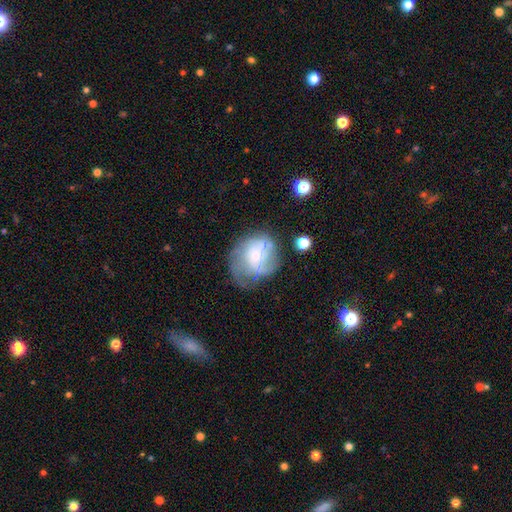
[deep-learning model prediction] Morphology: type=featured or disk (52%); edge-on=no (98%); bar=no (79%); spiral arms=yes (59%); bulge=small (50%); merging=none (39%).